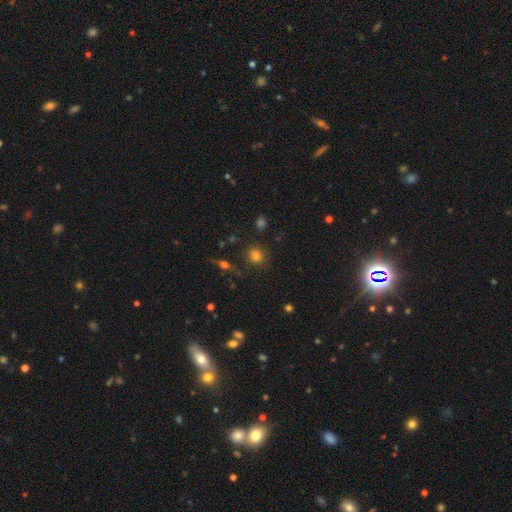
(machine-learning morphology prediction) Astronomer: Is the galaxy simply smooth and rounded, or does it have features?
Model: smooth — 80%.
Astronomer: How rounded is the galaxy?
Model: round — 78%.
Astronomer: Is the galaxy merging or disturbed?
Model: none — 81%.